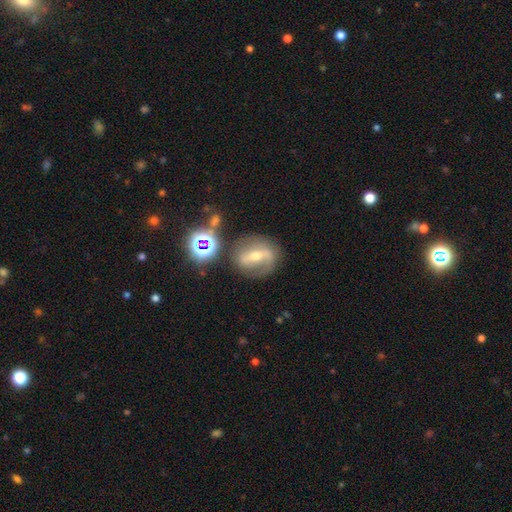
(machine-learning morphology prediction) This appears to be a featured or disk galaxy (64%) with a strong bar (57%), spiral arms (66%) and a moderate central bulge (61%). Merging: none (71%).